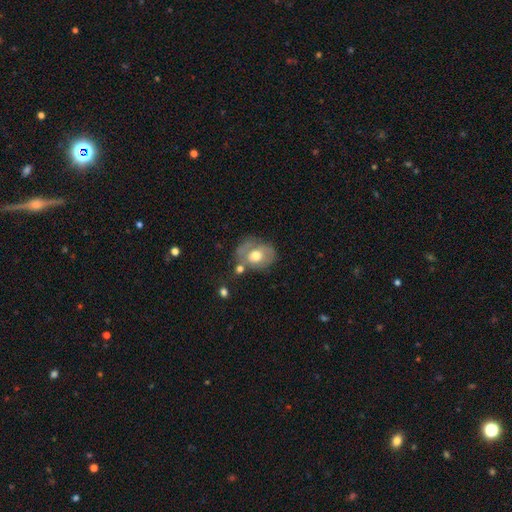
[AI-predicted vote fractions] Q: Smooth or featured?
A: smooth (53%); runner-up: featured or disk (40%)
Q: How rounded?
A: in between (52%); runner-up: round (47%)
Q: Merging?
A: none (44%); runner-up: minor disturbance (25%)